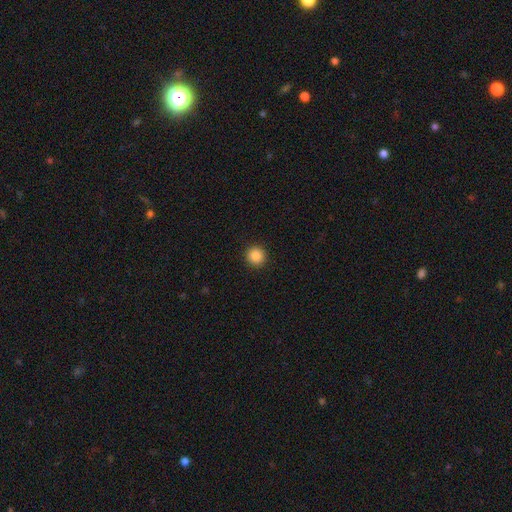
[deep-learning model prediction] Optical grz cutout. It shows a smooth galaxy with no disk features (86%) that is round (95%). Merging: none (93%).